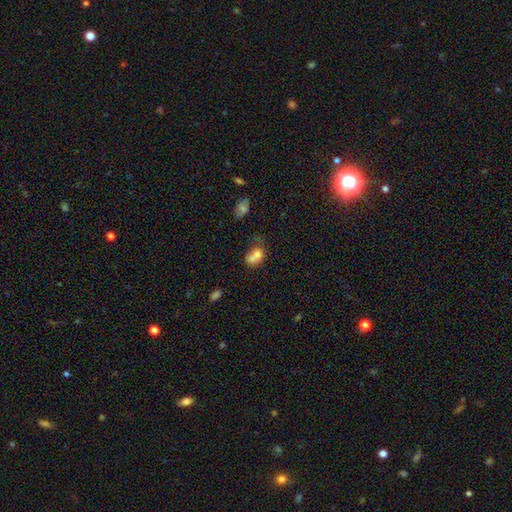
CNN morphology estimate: Smooth or featured: smooth — 71% (featured or disk — 18%)
How rounded: in between — 69% (round — 30%)
Merging: merger — 45% (none — 22%)